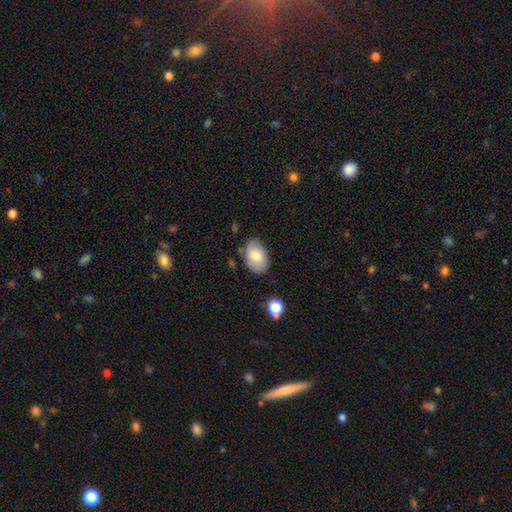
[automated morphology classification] A smooth galaxy with no disk features (77%) that is in between round and cigar-shaped (88%).

Vote fractions:
- Smooth or featured? smooth: 77% / featured or disk: 16% / star or artifact: 7%
- How rounded? in between: 88% / round: 10% / cigar-shaped: 1%
- Merging? none: 74% / minor disturbance: 19% / major disturbance: 4% / merger: 3%